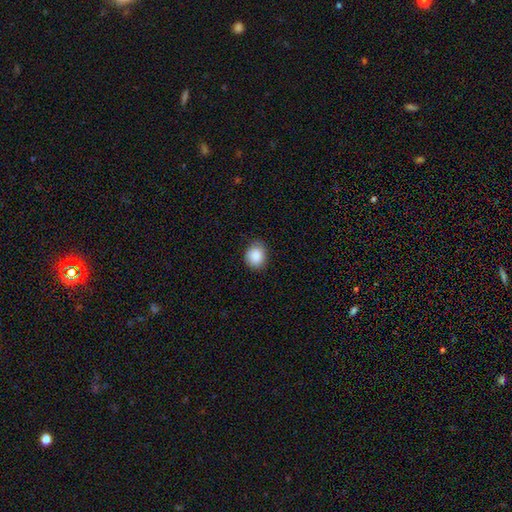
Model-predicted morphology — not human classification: Smooth or featured? Predicted: smooth (p=0.87). How rounded? Predicted: round (p=0.64). Merging? Predicted: none (p=0.79).